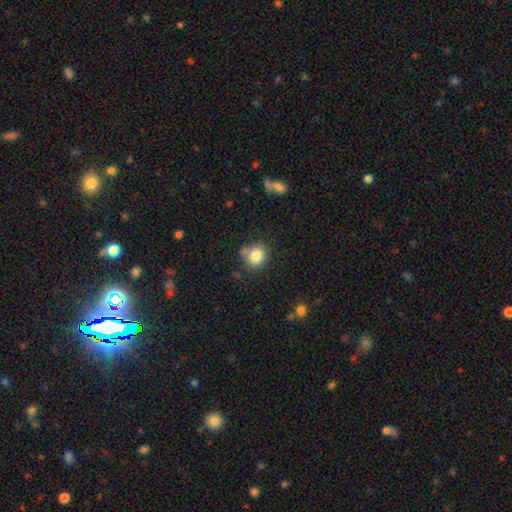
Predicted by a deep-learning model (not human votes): Overall: smooth (82%). How rounded: round (75%). Merging: none (67%).